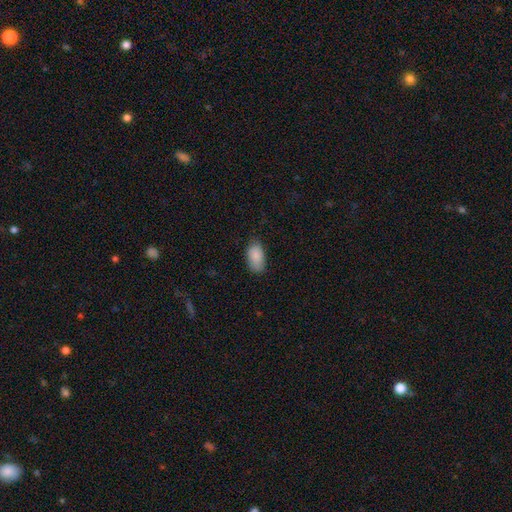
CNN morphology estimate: type=smooth (88%); roundness=in between (93%); merging=none (75%).